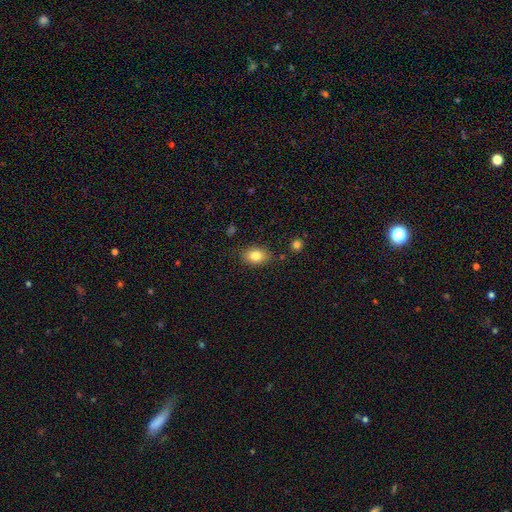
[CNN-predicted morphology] This appears to be a smooth galaxy with no disk features (83%) that is in between round and cigar-shaped (77%). Merging: none (82%).